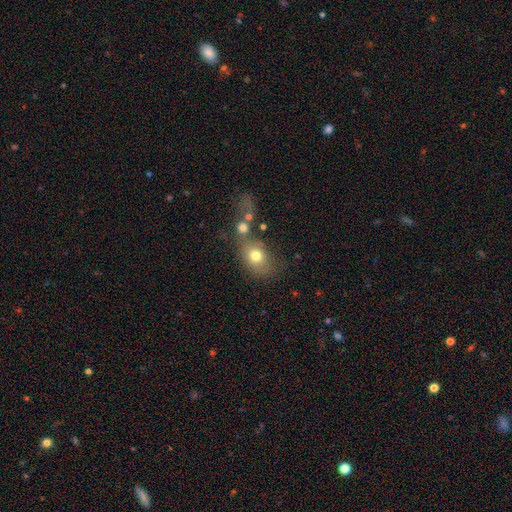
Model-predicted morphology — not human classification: Smooth or featured?
  - smooth: 72% *
  - featured or disk: 17%
  - star or artifact: 11%
How rounded?
  - in between: 58% *
  - round: 40%
  - cigar-shaped: 2%
Merging?
  - merger: 38% *
  - none: 36%
  - minor disturbance: 13%
  - major disturbance: 12%